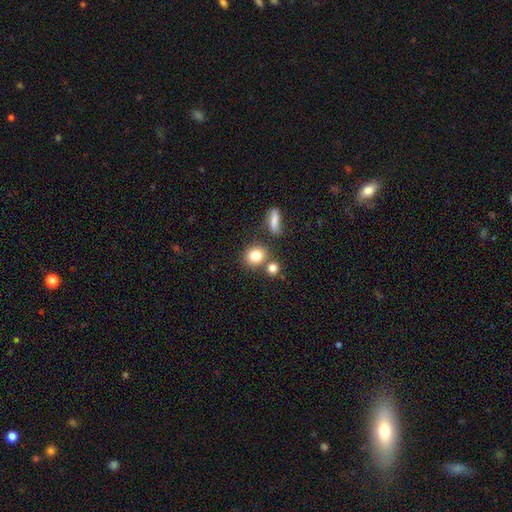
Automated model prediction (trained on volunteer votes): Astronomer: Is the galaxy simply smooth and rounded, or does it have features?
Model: smooth — 81%.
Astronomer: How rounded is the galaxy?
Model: round — 74%.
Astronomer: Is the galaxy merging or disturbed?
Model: none — 67%.